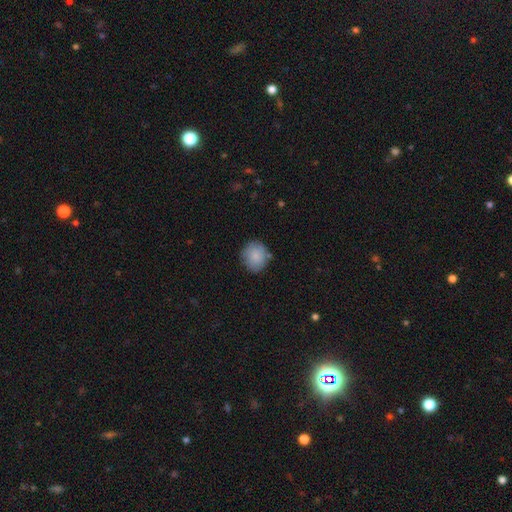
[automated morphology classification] This is clearly a smooth galaxy (87%). How rounded: clearly round (83%). Merging: clearly none (81%).